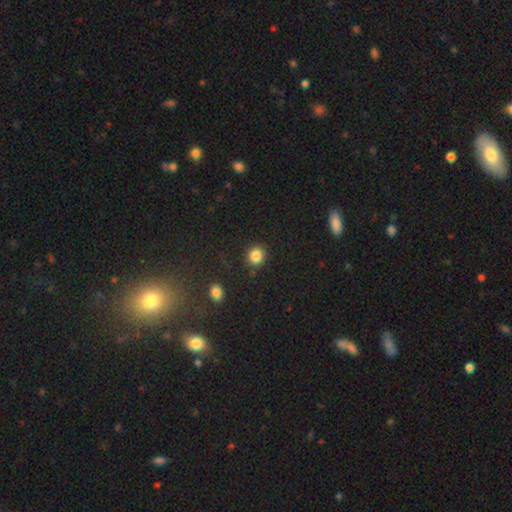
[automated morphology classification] smooth_or_featured: smooth (p=0.85) [alt: star or artifact p=0.11]
how_rounded: round (p=0.84) [alt: in between p=0.15]
merging: none (p=0.86) [alt: minor disturbance p=0.09]